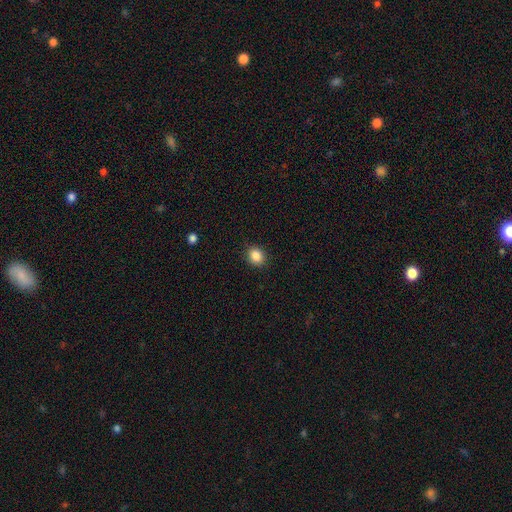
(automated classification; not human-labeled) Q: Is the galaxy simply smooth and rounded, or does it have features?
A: smooth — 86%.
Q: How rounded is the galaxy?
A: round — 65%.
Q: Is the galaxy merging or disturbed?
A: none — 90%.